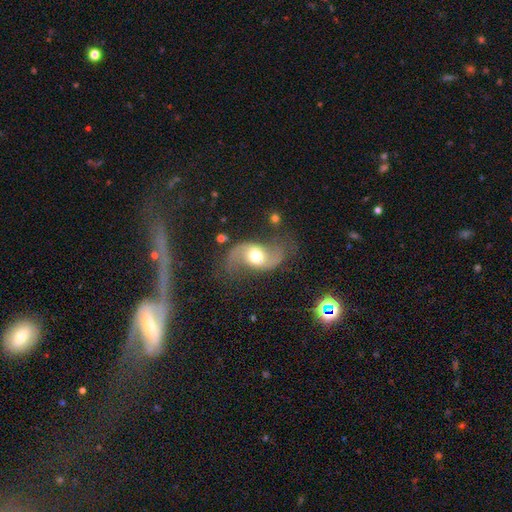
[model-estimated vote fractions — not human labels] smooth_or_featured: featured or disk (p=0.83) [alt: smooth p=0.11]
disk_edge_on: no (p=0.97) [alt: yes p=0.03]
bar: no (p=0.50) [alt: weak p=0.36]
has_spiral_arms: yes (p=0.94) [alt: no p=0.06]
spiral_winding: loose (p=0.74) [alt: medium p=0.21]
spiral_arm_count: 2 (p=0.94) [alt: can't tell p=0.02]
bulge_size: moderate (p=0.62) [alt: large p=0.27]
merging: none (p=0.67) [alt: minor disturbance p=0.18]